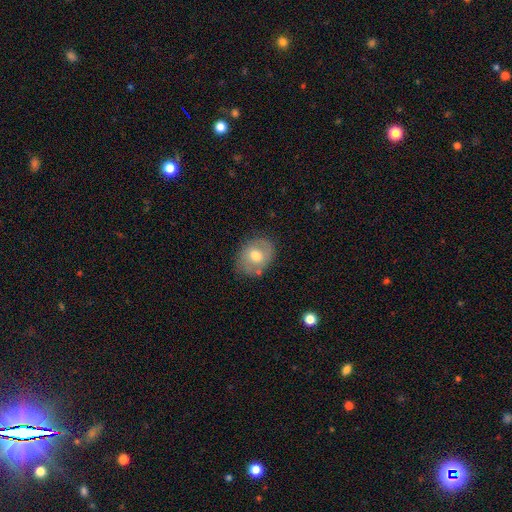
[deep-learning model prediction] Q: Smooth or featured?
A: smooth (58%); runner-up: featured or disk (35%)
Q: How rounded?
A: round (50%); runner-up: in between (49%)
Q: Merging?
A: none (76%); runner-up: minor disturbance (16%)